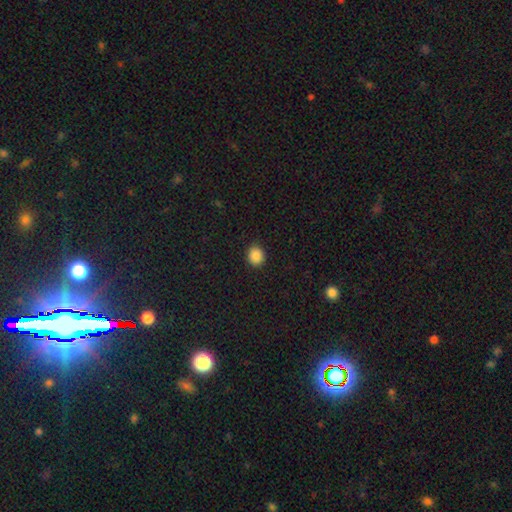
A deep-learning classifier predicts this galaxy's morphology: smooth_or_featured: smooth (p=0.88) [alt: star or artifact p=0.10]
how_rounded: round (p=0.76) [alt: in between p=0.23]
merging: none (p=0.90) [alt: minor disturbance p=0.07]